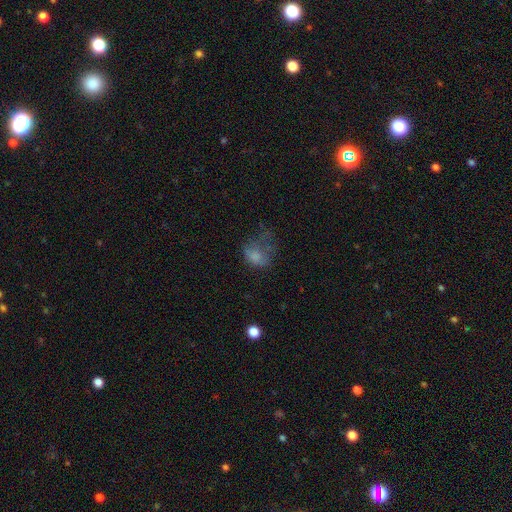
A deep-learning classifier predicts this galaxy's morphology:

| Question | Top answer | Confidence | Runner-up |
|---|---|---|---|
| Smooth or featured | smooth | 65% | featured or disk (21%) |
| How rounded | in between | 60% | round (38%) |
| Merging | major disturbance | 49% | none (24%) |